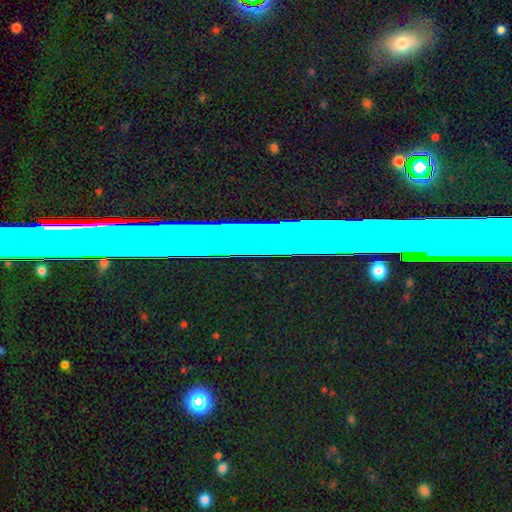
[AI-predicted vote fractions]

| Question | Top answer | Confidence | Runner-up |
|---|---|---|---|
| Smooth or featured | star or artifact | 69% | featured or disk (18%) |